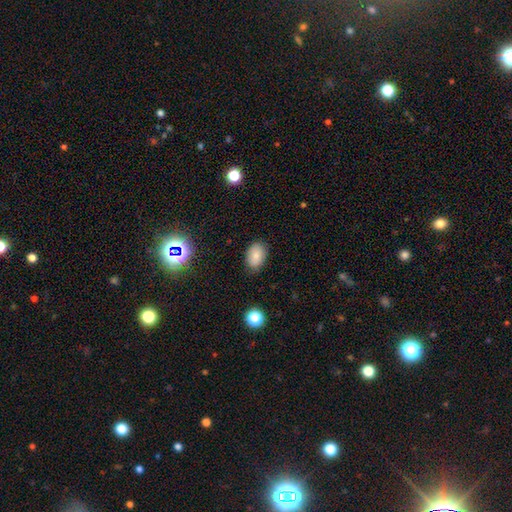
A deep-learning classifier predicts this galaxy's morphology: Q: Smooth or featured?
A: smooth (82%); runner-up: star or artifact (10%)
Q: How rounded?
A: in between (87%); runner-up: round (12%)
Q: Merging?
A: none (82%); runner-up: minor disturbance (14%)